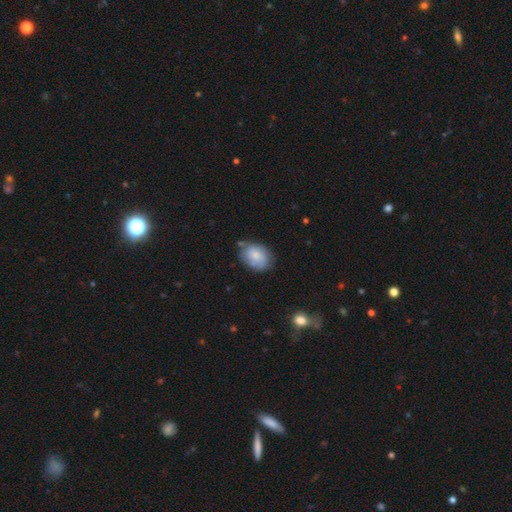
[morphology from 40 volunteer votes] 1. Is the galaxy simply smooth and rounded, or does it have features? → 52% smooth, 38% featured or disk, 10% star or artifact.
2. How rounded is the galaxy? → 90% in between, 10% round, 0% cigar-shaped.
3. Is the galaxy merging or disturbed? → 53% none, 31% minor disturbance, 8% major disturbance, 8% merger.